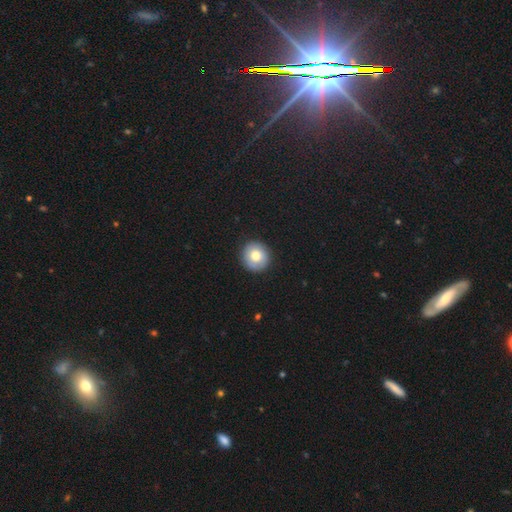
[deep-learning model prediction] smooth_or_featured: smooth (p=0.74) [alt: featured or disk p=0.18]
how_rounded: round (p=0.92) [alt: in between p=0.07]
merging: none (p=0.90) [alt: minor disturbance p=0.07]